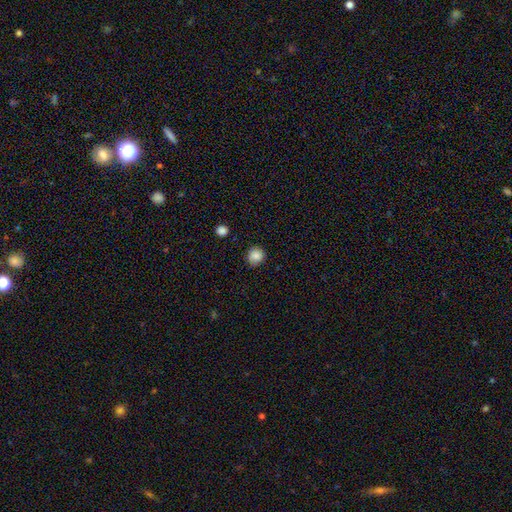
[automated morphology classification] The model was most divided on "merging": none: 84%, minor disturbance: 12%, major disturbance: 3%, merger: 2%. More confident: how rounded — round (90%); smooth or featured — smooth (86%).